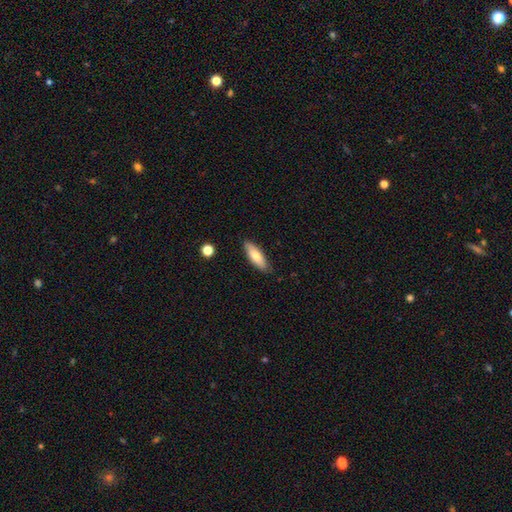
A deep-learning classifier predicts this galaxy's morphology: A smooth galaxy with no disk features (74%) that is in between round and cigar-shaped (54%).

Vote fractions:
- Smooth or featured? smooth: 74% / featured or disk: 20% / star or artifact: 6%
- How rounded? in between: 54% / cigar-shaped: 44% / round: 2%
- Merging? none: 85% / minor disturbance: 11% / major disturbance: 2% / merger: 2%